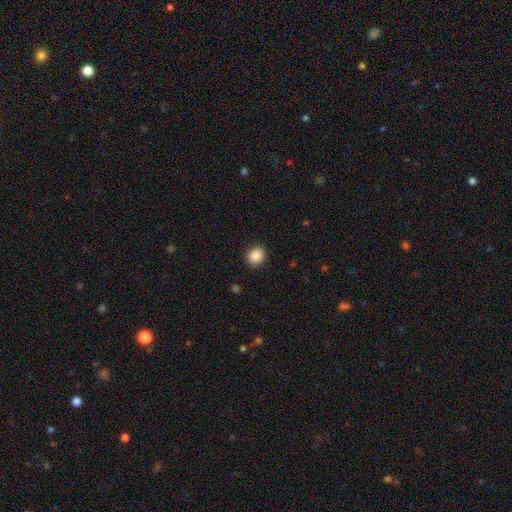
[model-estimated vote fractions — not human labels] Smooth or featured? Predicted: smooth (p=0.88). How rounded? Predicted: round (p=0.79). Merging? Predicted: none (p=0.90).